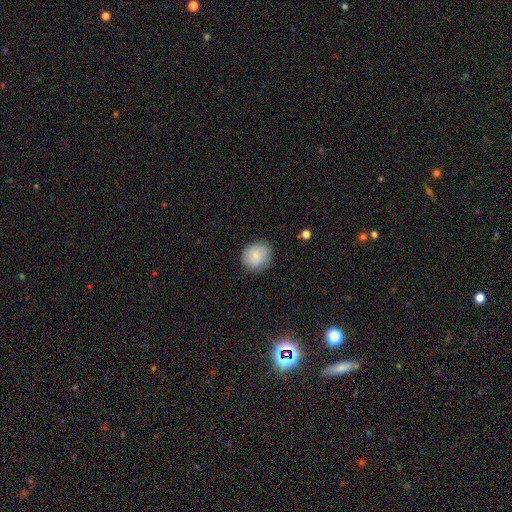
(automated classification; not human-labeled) Smooth or featured? Predicted: smooth (p=0.84). How rounded? Predicted: round (p=0.84). Merging? Predicted: none (p=0.82).